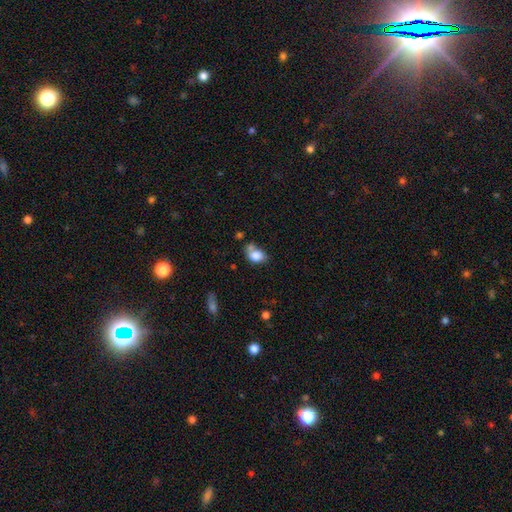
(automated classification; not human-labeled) smooth-or-featured: smooth: 79% | featured or disk: 12% | star or artifact: 9%
  how-rounded: in between: 69% | round: 29% | cigar-shaped: 1%
  merging: none: 36% | minor disturbance: 25% | merger: 25% | major disturbance: 13%